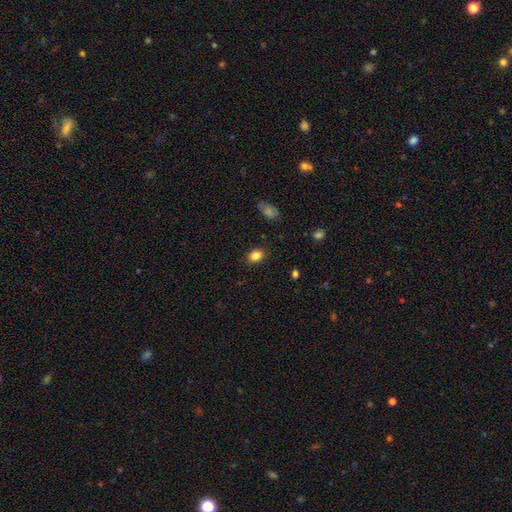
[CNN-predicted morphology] Smooth or featured: smooth — 85% (star or artifact — 10%)
How rounded: in between — 68% (round — 31%)
Merging: none — 87% (minor disturbance — 9%)